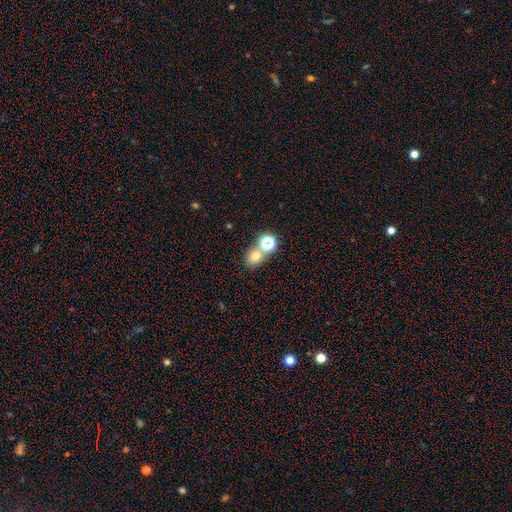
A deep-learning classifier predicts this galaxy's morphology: This appears to be a smooth galaxy with no disk features (68%) that is round (59%). Merging: none (58%).